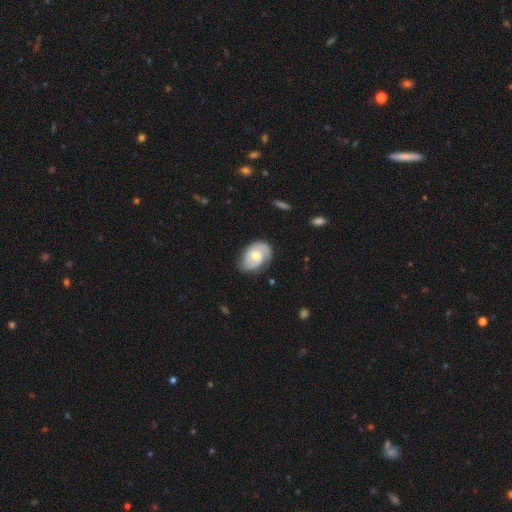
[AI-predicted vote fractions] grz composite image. It shows a featured or disk galaxy (74%) with no bar (64%), 2 (61%) tight (46%) spiral arms (92%) and a moderate central bulge (67%). Merging: none (64%).